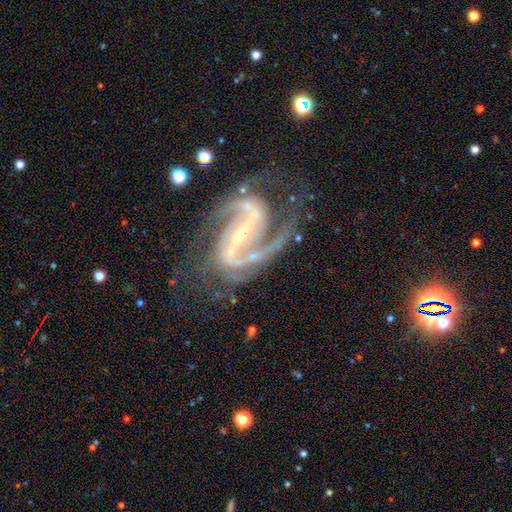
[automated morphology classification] Q: Smooth or featured?
A: featured or disk (93%); runner-up: star or artifact (5%)
Q: Edge-on disk?
A: no (97%); runner-up: yes (3%)
Q: Bar?
A: strong (76%); runner-up: weak (18%)
Q: Spiral arms?
A: yes (99%); runner-up: no (1%)
Q: Spiral winding?
A: medium (60%); runner-up: tight (21%)
Q: Spiral arm count?
A: 2 (83%); runner-up: 3 (7%)
Q: Bulge size?
A: small (72%); runner-up: moderate (24%)
Q: Merging?
A: none (63%); runner-up: minor disturbance (19%)